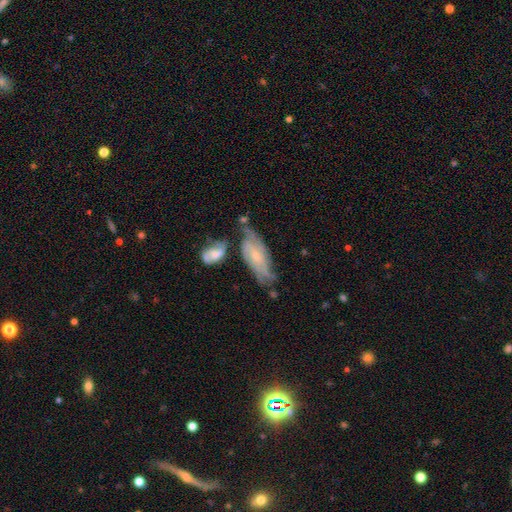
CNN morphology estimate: Smooth or featured: featured or disk — 72% (smooth — 21%)
Edge-on disk: no — 90% (yes — 10%)
Bar: no — 61% (weak — 32%)
Spiral arms: yes — 89% (no — 11%)
Spiral winding: tight — 48% (medium — 37%)
Spiral arm count: can't tell — 40% (2 — 34%)
Bulge size: small — 62% (moderate — 26%)
Merging: none — 49% (minor disturbance — 23%)